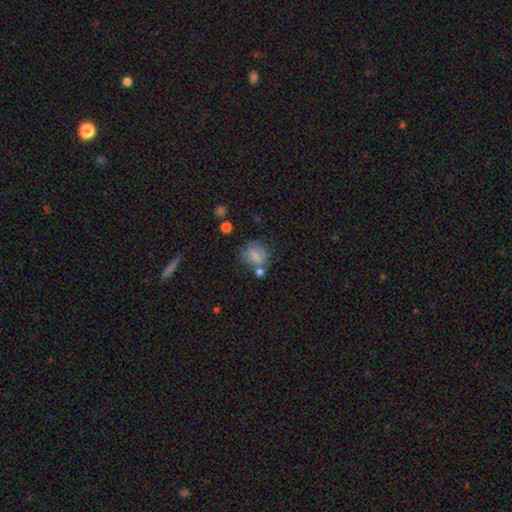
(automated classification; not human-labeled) Morphology: type=smooth (68%); roundness=round (70%); merging=none (48%).